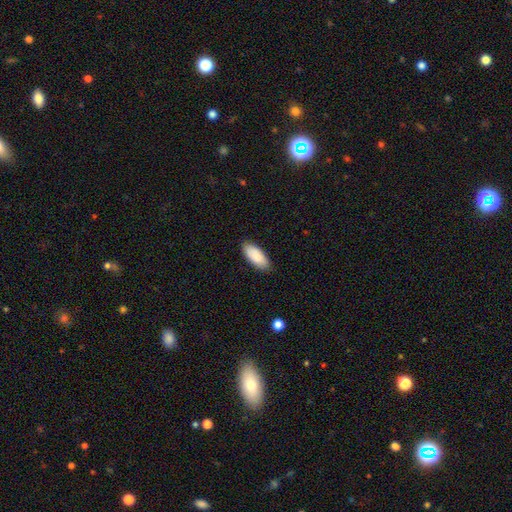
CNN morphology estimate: A smooth galaxy with no disk features (89%) that is in between round and cigar-shaped (86%). Merging: none (87%).